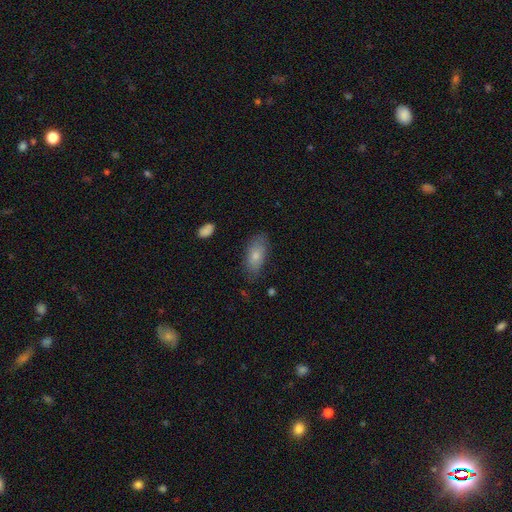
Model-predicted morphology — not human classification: Smooth or featured?
  - smooth: 76% *
  - featured or disk: 17%
  - star or artifact: 7%
How rounded?
  - in between: 88% *
  - cigar-shaped: 9%
  - round: 3%
Merging?
  - none: 74% *
  - minor disturbance: 20%
  - major disturbance: 5%
  - merger: 2%